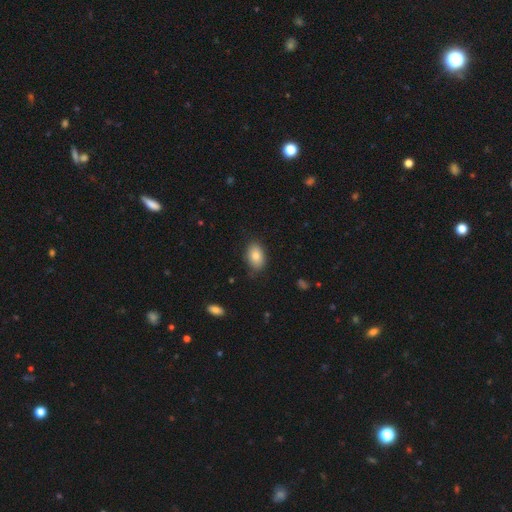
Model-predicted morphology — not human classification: Smooth or featured? smooth (81%)
How rounded? in between (86%)
Merging? none (80%)